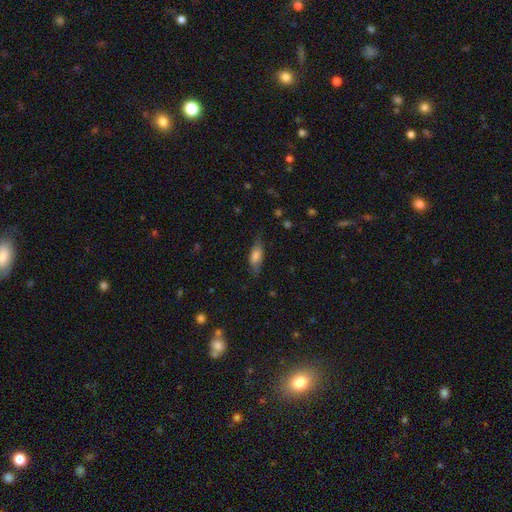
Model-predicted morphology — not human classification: Q: Smooth or featured?
A: smooth (73%); runner-up: featured or disk (20%)
Q: How rounded?
A: in between (71%); runner-up: cigar-shaped (26%)
Q: Merging?
A: none (71%); runner-up: minor disturbance (22%)